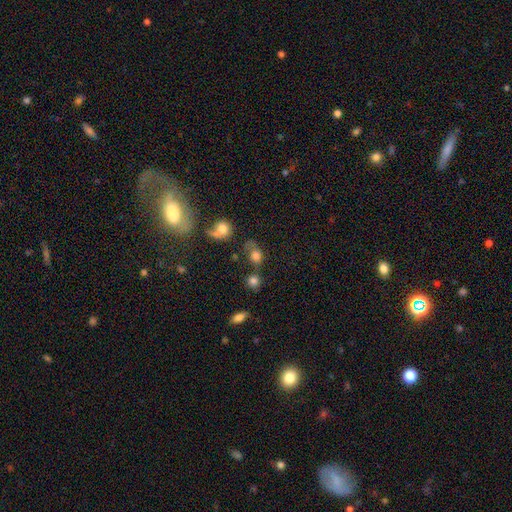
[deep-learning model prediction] smooth 76%, star or artifact 13%, featured or disk 10%. Down the decision tree: how rounded — round (54%); merging — none (43%).